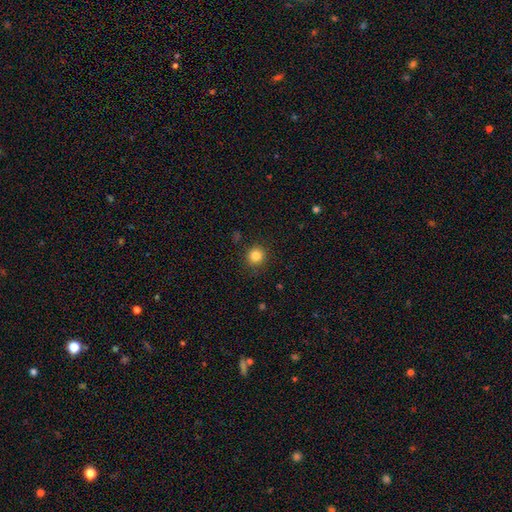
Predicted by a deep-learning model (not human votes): smooth-or-featured: smooth: 83% | star or artifact: 12% | featured or disk: 5%
  how-rounded: round: 92% | in between: 7% | cigar-shaped: 1%
  merging: none: 89% | minor disturbance: 7% | major disturbance: 2% | merger: 1%